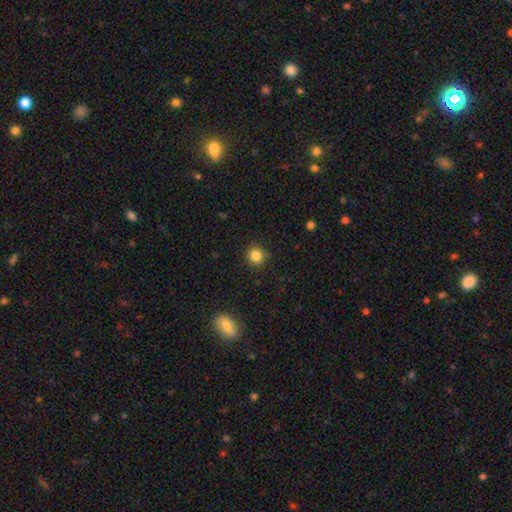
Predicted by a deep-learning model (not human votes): This appears to be a smooth galaxy with no disk features (85%) that is round (92%). Merging: none (88%).